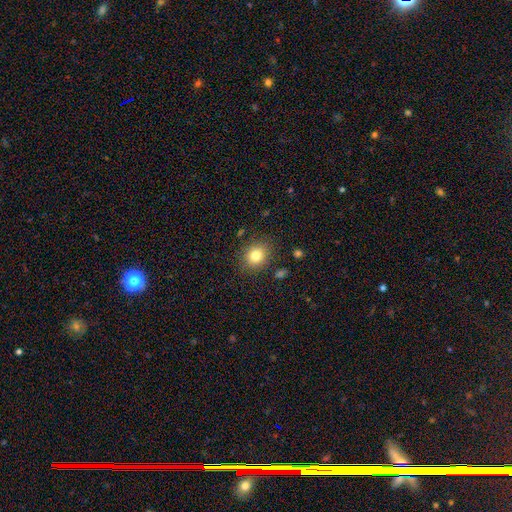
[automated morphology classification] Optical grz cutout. It shows a smooth galaxy with no disk features (81%) that is round (64%). Merging: none (85%).